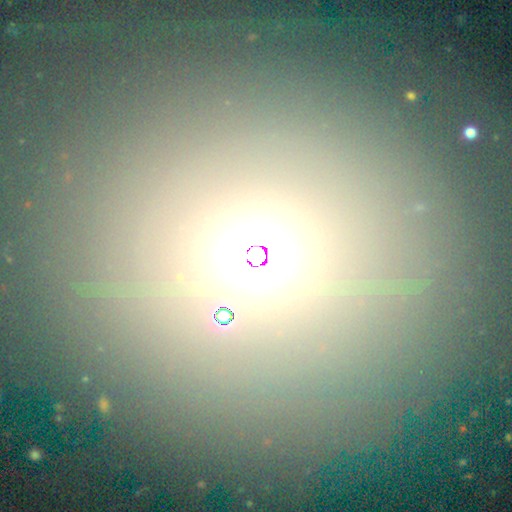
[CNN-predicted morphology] smooth-or-featured: smooth: 48% | star or artifact: 37% | featured or disk: 15%
  merging: none: 82% | minor disturbance: 9% | major disturbance: 5% | merger: 5%